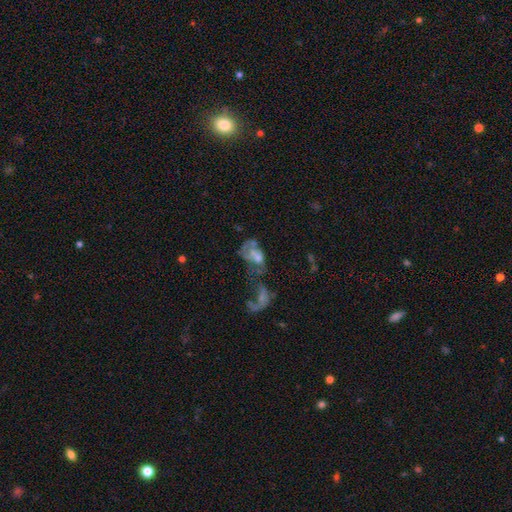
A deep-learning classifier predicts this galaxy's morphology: Overall: featured or disk (52%; smooth 35%). Edge-on disk: no (97%). Bar: no (86%). Spiral arms: no (78%). Bulge size: none (45%; moderate 25%). Merging: merger (54%; major disturbance 28%).